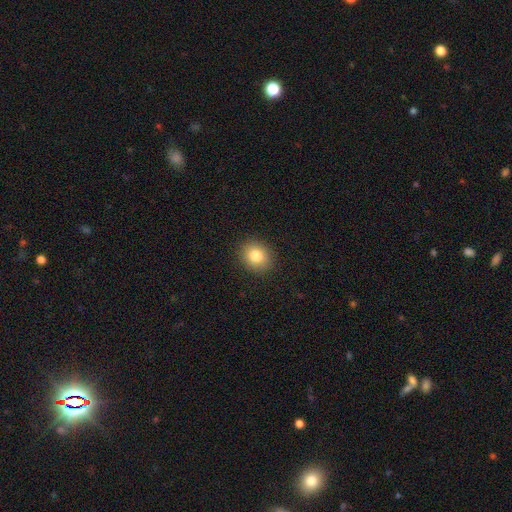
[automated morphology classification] Smooth or featured? Predicted: smooth (p=0.81). How rounded? Predicted: round (p=0.69). Merging? Predicted: none (p=0.90).